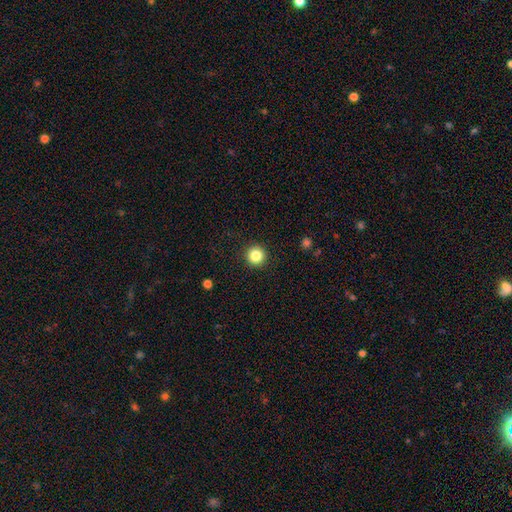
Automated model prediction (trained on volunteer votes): smooth 84%, star or artifact 11%, featured or disk 5%. Down the decision tree: how rounded — round (96%); merging — none (93%).